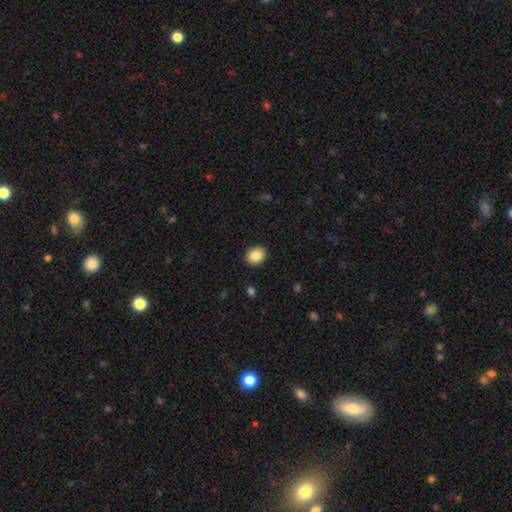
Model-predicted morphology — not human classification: This is clearly a smooth galaxy (86%). How rounded: possibly round (58%). Merging: clearly none (90%).